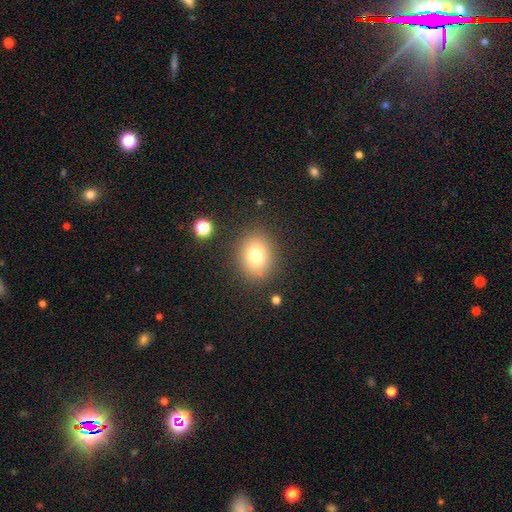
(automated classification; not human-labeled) Smooth or featured? smooth (77%)
How rounded? round (60%)
Merging? none (85%)